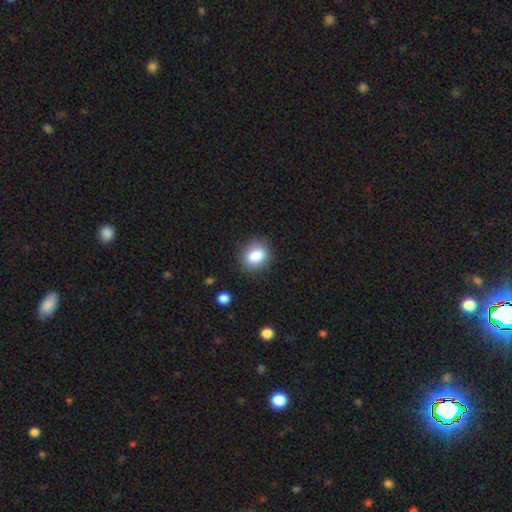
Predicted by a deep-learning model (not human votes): Smooth or featured?
  - smooth: 85% *
  - star or artifact: 9%
  - featured or disk: 6%
How rounded?
  - in between: 53% *
  - round: 46%
  - cigar-shaped: 1%
Merging?
  - none: 85% *
  - minor disturbance: 11%
  - major disturbance: 3%
  - merger: 1%